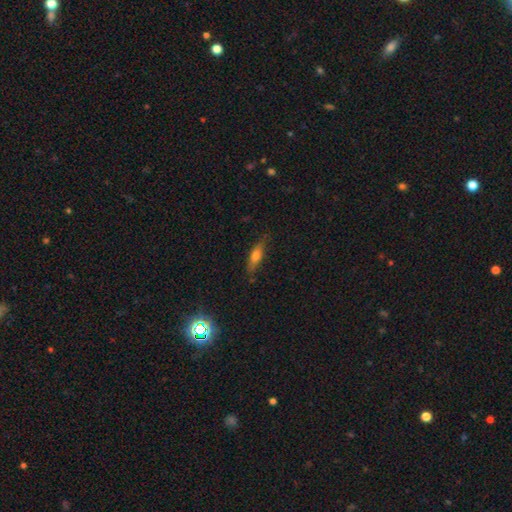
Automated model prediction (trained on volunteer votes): Morphology: type=smooth (58%); roundness=cigar-shaped (59%); merging=none (78%).